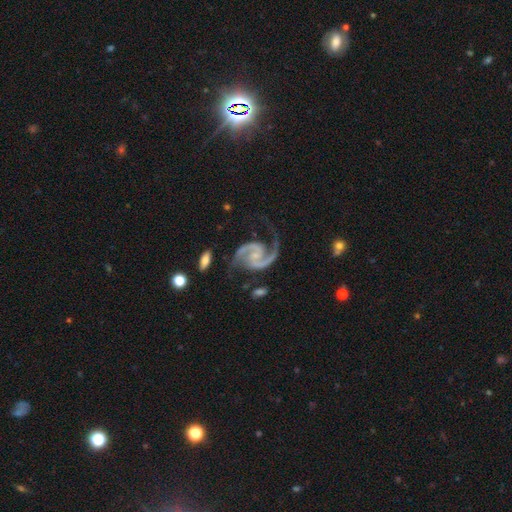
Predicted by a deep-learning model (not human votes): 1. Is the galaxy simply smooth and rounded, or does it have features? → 94% featured or disk, 4% star or artifact, 2% smooth.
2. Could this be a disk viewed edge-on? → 98% no, 2% yes.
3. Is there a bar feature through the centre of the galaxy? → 53% no, 35% weak, 12% strong.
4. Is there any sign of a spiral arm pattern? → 99% yes, 1% no.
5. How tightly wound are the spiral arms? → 64% medium, 19% loose, 17% tight.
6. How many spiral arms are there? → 94% 2, 1% 3, 1% 1, 1% can't tell, 1% 4, 1% more than 4.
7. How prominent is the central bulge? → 69% small, 16% moderate, 13% none, 1% large, 1% dominant.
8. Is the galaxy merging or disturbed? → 67% none, 19% minor disturbance, 11% major disturbance, 3% merger.